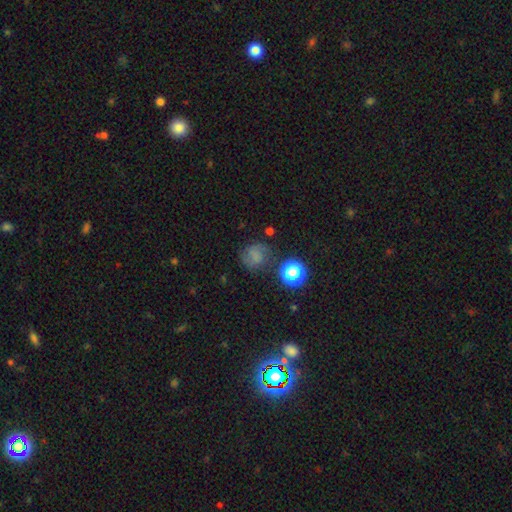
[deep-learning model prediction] This appears to be a smooth galaxy with no disk features (50%) that is round (79%). Merging: none (65%).